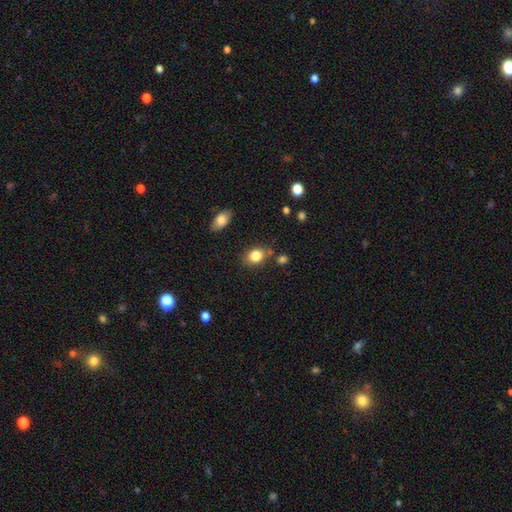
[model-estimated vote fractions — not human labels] Smooth or featured?
  - smooth: 83% *
  - star or artifact: 10%
  - featured or disk: 8%
How rounded?
  - in between: 59% *
  - round: 40%
  - cigar-shaped: 1%
Merging?
  - none: 72% *
  - minor disturbance: 15%
  - merger: 9%
  - major disturbance: 4%